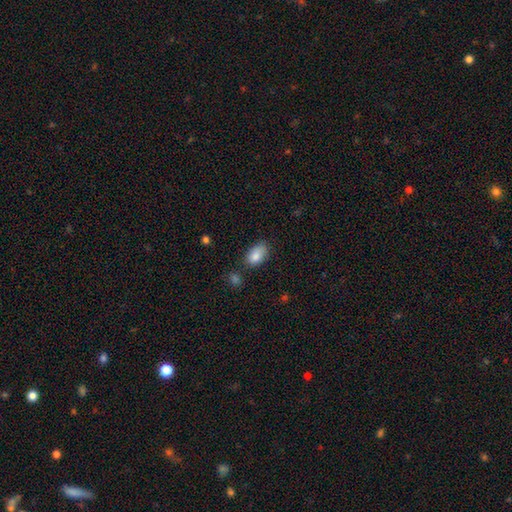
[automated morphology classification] Smooth or featured?
  - smooth: 86% *
  - star or artifact: 8%
  - featured or disk: 7%
How rounded?
  - in between: 92% *
  - round: 6%
  - cigar-shaped: 2%
Merging?
  - none: 72% *
  - minor disturbance: 19%
  - merger: 5%
  - major disturbance: 4%